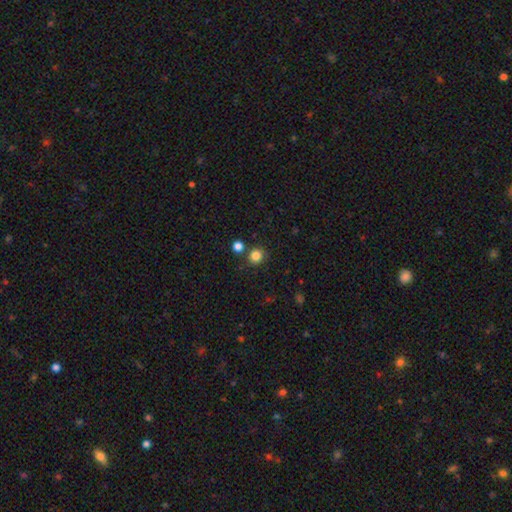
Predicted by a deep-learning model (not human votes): smooth_or_featured: smooth (p=0.83) [alt: star or artifact p=0.12]
how_rounded: round (p=0.88) [alt: in between p=0.11]
merging: none (p=0.79) [alt: merger p=0.10]